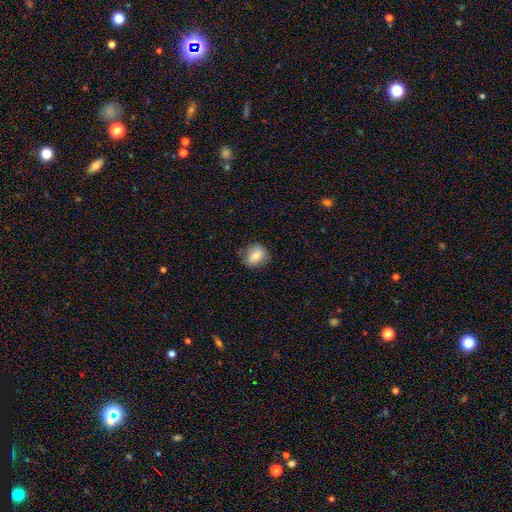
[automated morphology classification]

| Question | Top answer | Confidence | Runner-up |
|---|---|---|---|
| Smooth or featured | smooth | 76% | featured or disk (15%) |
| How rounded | round | 54% | in between (45%) |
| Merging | none | 75% | minor disturbance (19%) |